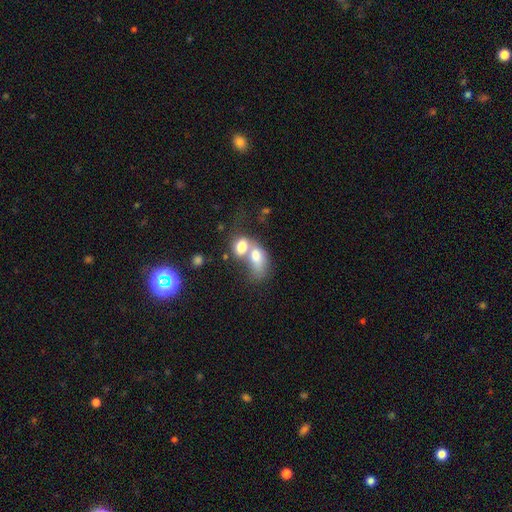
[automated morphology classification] Smooth or featured? Predicted: smooth (p=0.70). How rounded? Predicted: in between (p=0.79). Merging? Predicted: merger (p=0.72).